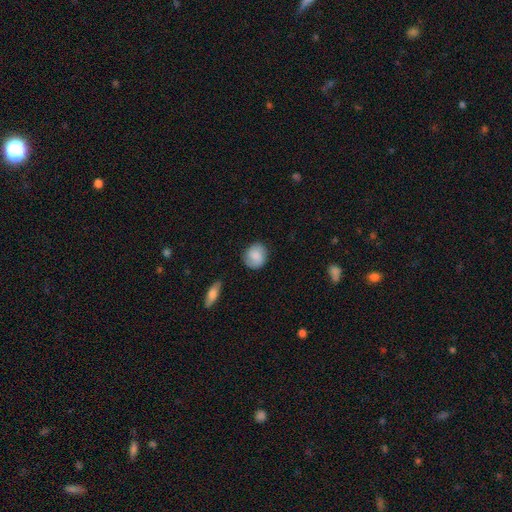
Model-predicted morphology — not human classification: This appears to be a smooth galaxy with no disk features (75%) that is round (81%). Merging: none (81%).